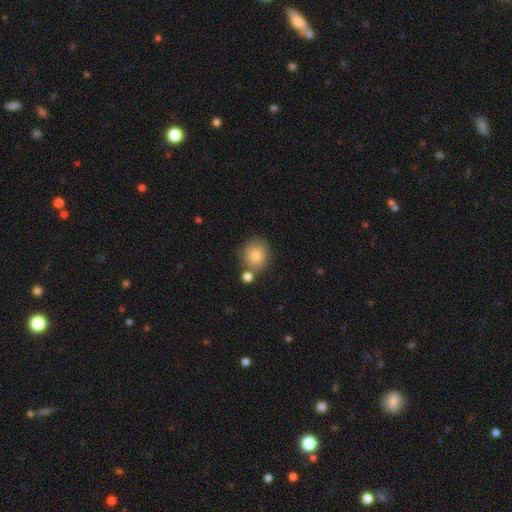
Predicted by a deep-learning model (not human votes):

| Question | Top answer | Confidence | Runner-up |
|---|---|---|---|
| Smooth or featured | smooth | 83% | star or artifact (9%) |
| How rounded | round | 78% | in between (21%) |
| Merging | none | 68% | merger (15%) |